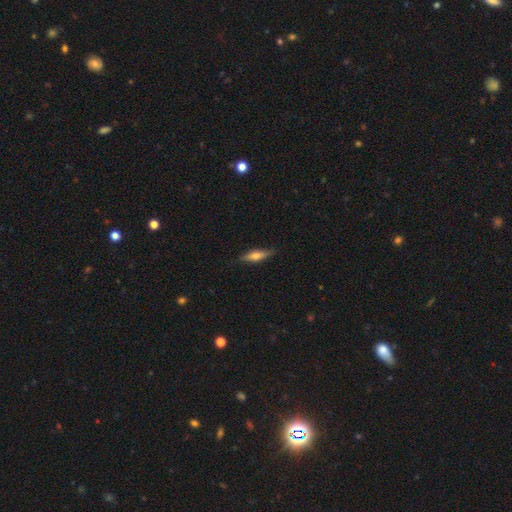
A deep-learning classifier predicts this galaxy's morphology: smooth-or-featured: smooth: 50% | featured or disk: 43% | star or artifact: 7%
  how-rounded: cigar-shaped: 60% | in between: 38% | round: 3%
  merging: none: 82% | minor disturbance: 14% | major disturbance: 3% | merger: 1%